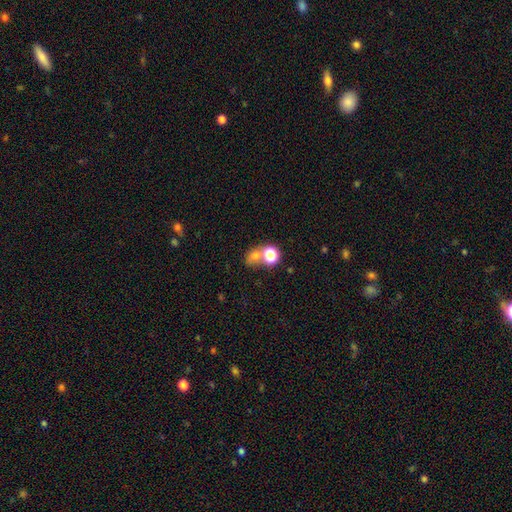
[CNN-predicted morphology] This is likely a smooth galaxy (66%). How rounded: likely round (66%). Merging: marginally merger (42%, tied with none).